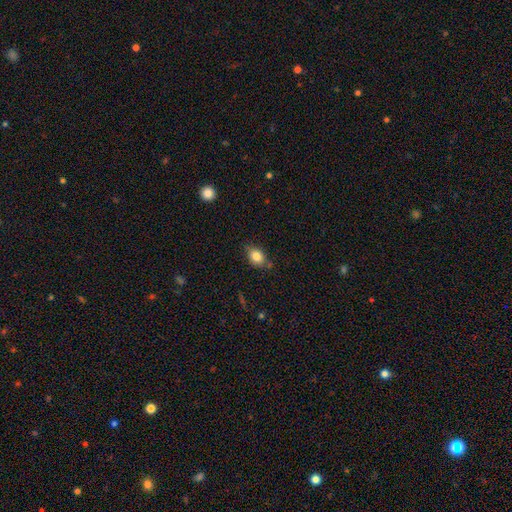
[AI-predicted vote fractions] Morphology: type=smooth (83%); roundness=in between (70%); merging=none (74%).